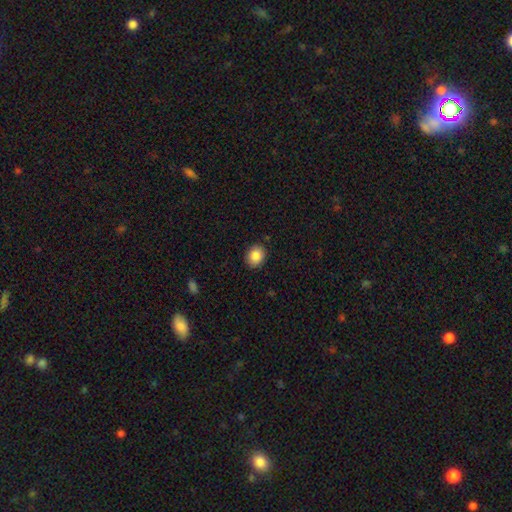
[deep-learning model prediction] Smooth or featured?
  - smooth: 87% *
  - star or artifact: 8%
  - featured or disk: 5%
How rounded?
  - round: 61% *
  - in between: 39%
  - cigar-shaped: 1%
Merging?
  - none: 89% *
  - minor disturbance: 8%
  - major disturbance: 2%
  - merger: 1%